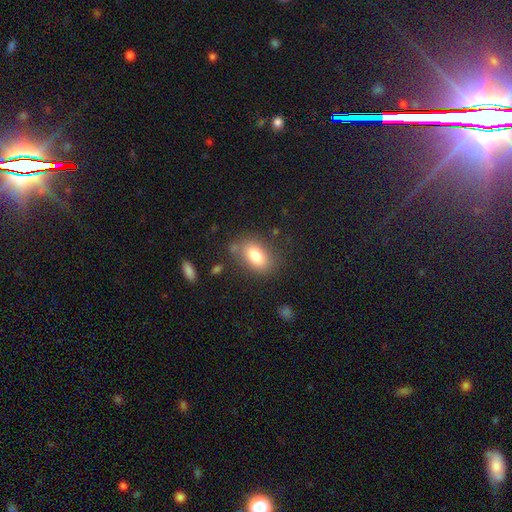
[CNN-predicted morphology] smooth_or_featured: smooth (p=0.80) [alt: featured or disk p=0.12]
how_rounded: in between (p=0.86) [alt: round p=0.11]
merging: none (p=0.75) [alt: minor disturbance p=0.15]